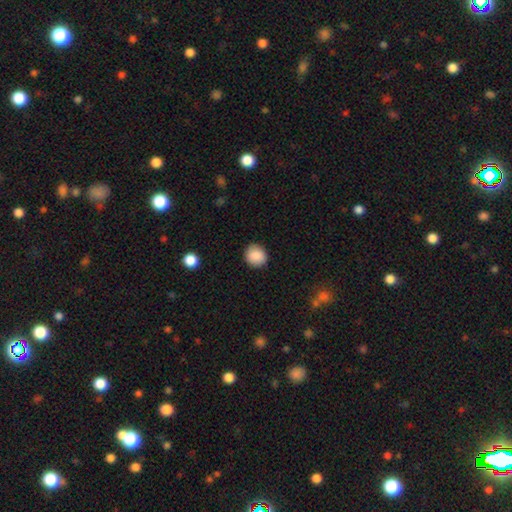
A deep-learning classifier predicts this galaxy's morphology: A smooth galaxy with no disk features (88%) that is round (84%). Merging: none (88%).